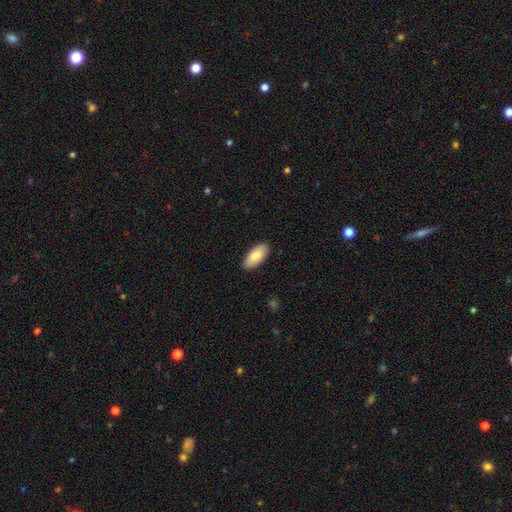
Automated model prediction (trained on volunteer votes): smooth 86%, featured or disk 9%, star or artifact 6%. Down the decision tree: how rounded — in between (90%); merging — none (89%).